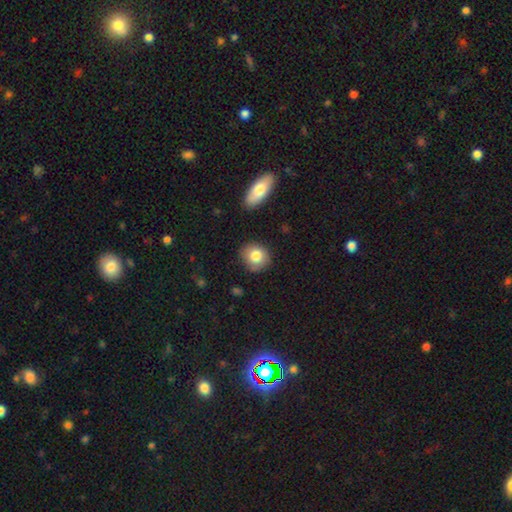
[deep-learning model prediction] Morphology: type=smooth (82%); roundness=round (77%); merging=none (80%).